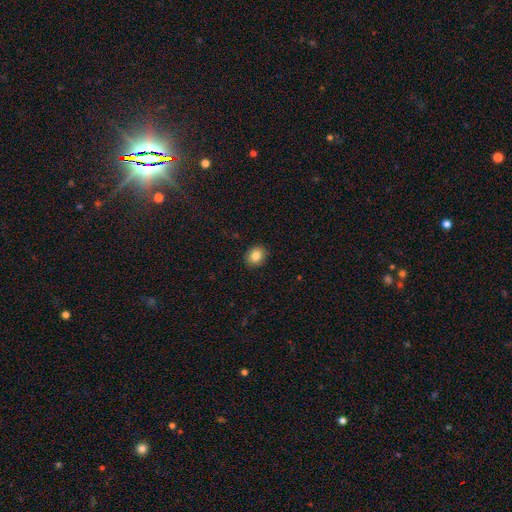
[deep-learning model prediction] Overall: smooth (85%). How rounded: round (58%; in between 41%). Merging: none (91%).